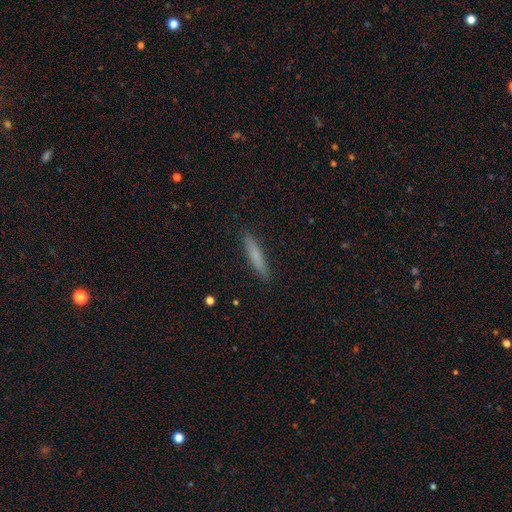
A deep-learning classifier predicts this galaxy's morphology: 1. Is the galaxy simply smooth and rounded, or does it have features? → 75% smooth, 19% featured or disk, 6% star or artifact.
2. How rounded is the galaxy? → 92% cigar-shaped, 7% in between, 1% round.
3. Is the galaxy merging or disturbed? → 90% none, 7% minor disturbance, 2% major disturbance, 1% merger.